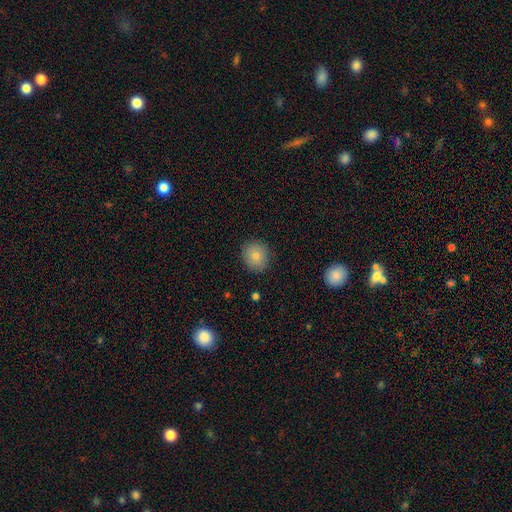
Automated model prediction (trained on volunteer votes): Q: Smooth or featured?
A: smooth (80%); runner-up: featured or disk (10%)
Q: How rounded?
A: round (82%); runner-up: in between (18%)
Q: Merging?
A: none (88%); runner-up: minor disturbance (9%)